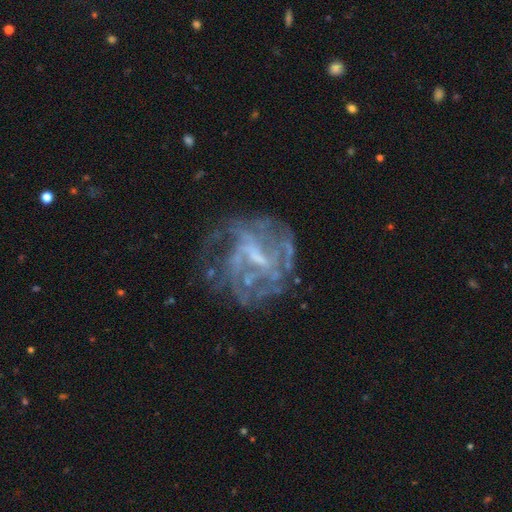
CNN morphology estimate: Overall: featured or disk (82%). Edge-on disk: no (98%). Bar: weak (52%; no 26%). Spiral arms: yes (76%). Spiral arm count: can't tell (47%; 3 15%). Spiral winding: medium (40%; tight 39%). Bulge size: small (40%; none 29%). Merging: none (55%; major disturbance 24%).